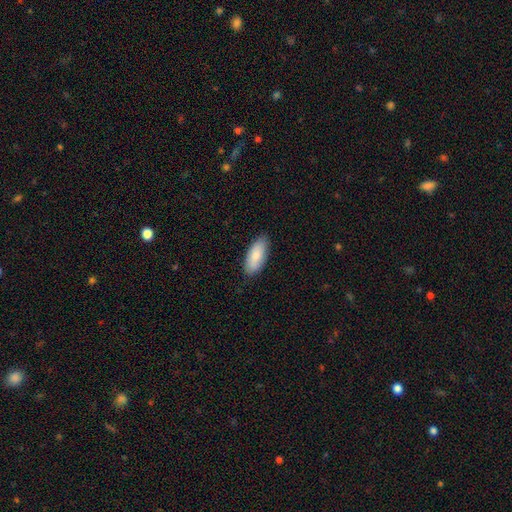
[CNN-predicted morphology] Smooth or featured? Predicted: smooth (p=0.84). How rounded? Predicted: in between (p=0.83). Merging? Predicted: none (p=0.83).